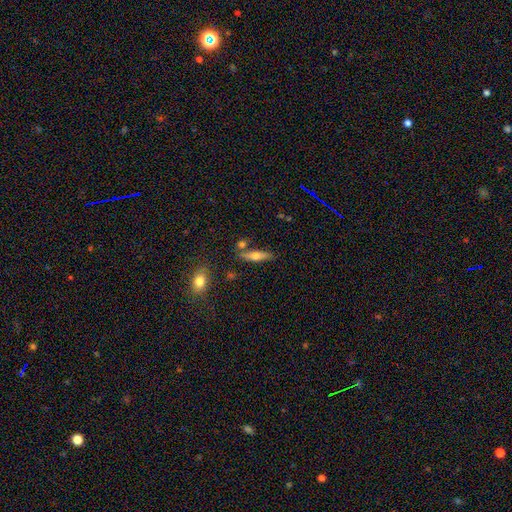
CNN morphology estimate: Overall: smooth (52%; featured or disk 40%). How rounded: cigar-shaped (67%; in between 30%). Merging: none (71%).